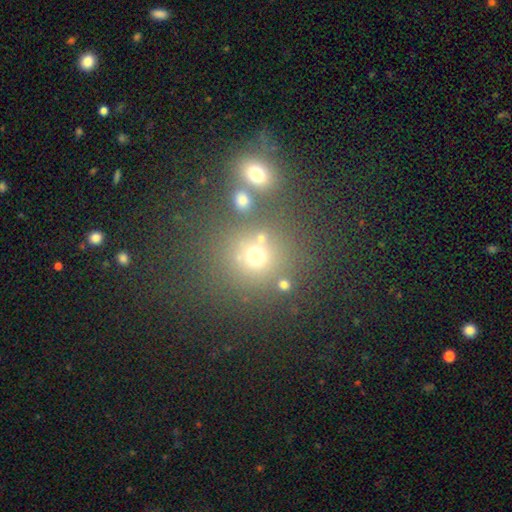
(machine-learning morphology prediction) Smooth or featured? smooth (65%)
How rounded? round (84%)
Merging? none (66%)